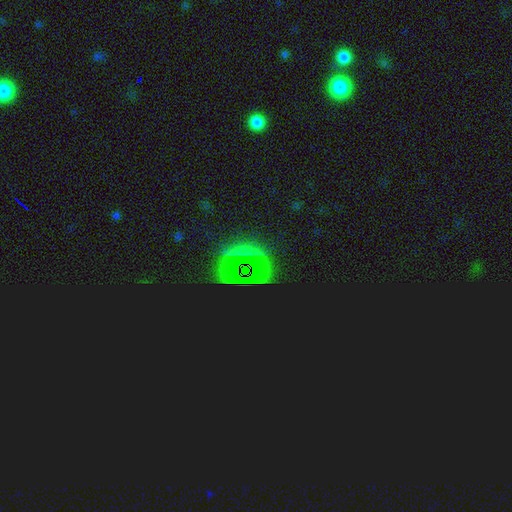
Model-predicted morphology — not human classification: Overall: star or artifact (78%).